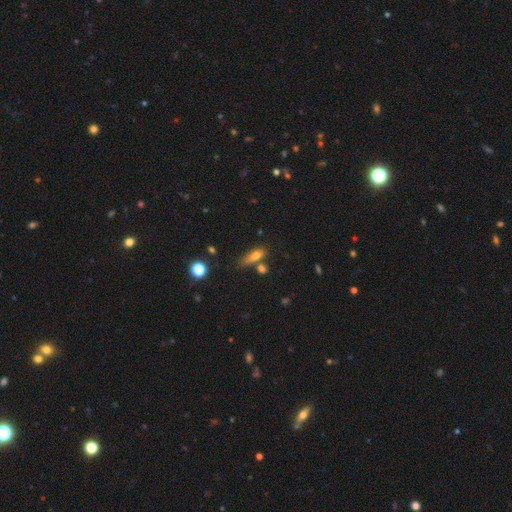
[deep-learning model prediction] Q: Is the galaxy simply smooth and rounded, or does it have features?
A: smooth — 69%.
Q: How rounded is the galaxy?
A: in between — 60%.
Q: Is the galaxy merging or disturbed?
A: none — 54%.